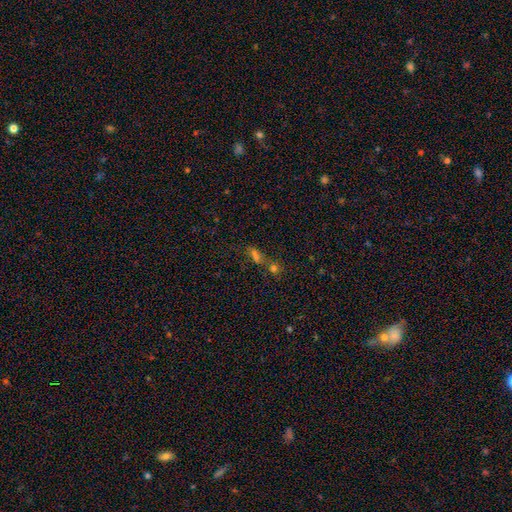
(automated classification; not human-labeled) smooth 44%, star or artifact 38%, featured or disk 18%. Down the decision tree: merging — merger (48%).